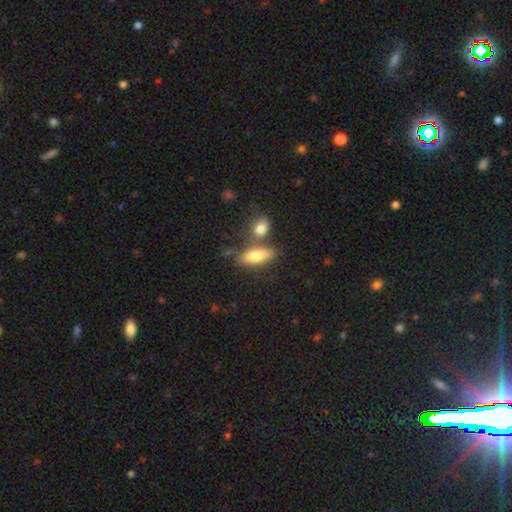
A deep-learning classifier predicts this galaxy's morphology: type=smooth (74%); roundness=in between (74%); merging=none (56%).